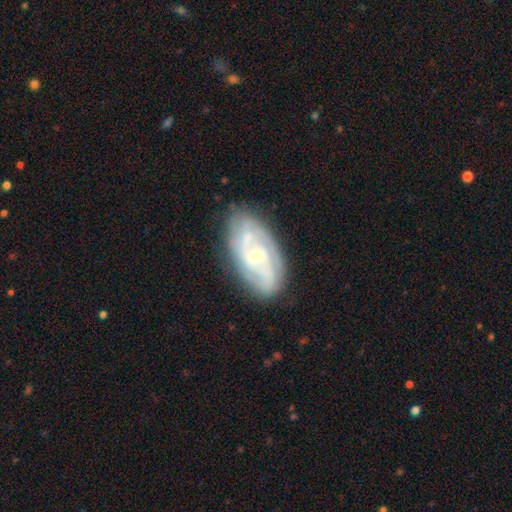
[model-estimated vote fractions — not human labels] Morphology: type=featured or disk (78%); edge-on=no (95%); bar=no (59%); spiral arms=yes (92%); winding=tight (54%); arm count=2 (37%); bulge=small (61%); merging=none (75%).